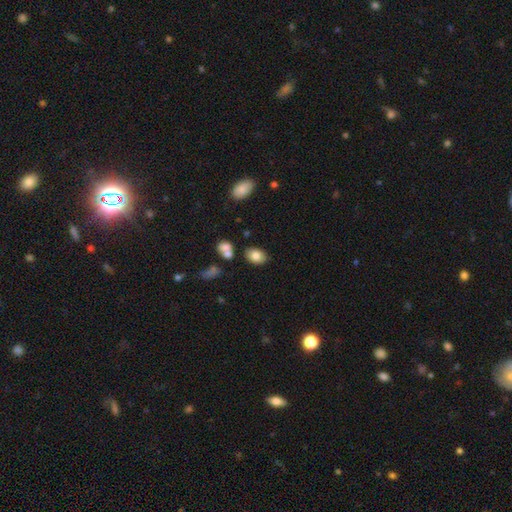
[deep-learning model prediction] smooth 82%, featured or disk 10%, star or artifact 9%. Down the decision tree: how rounded — in between (83%); merging — none (77%).